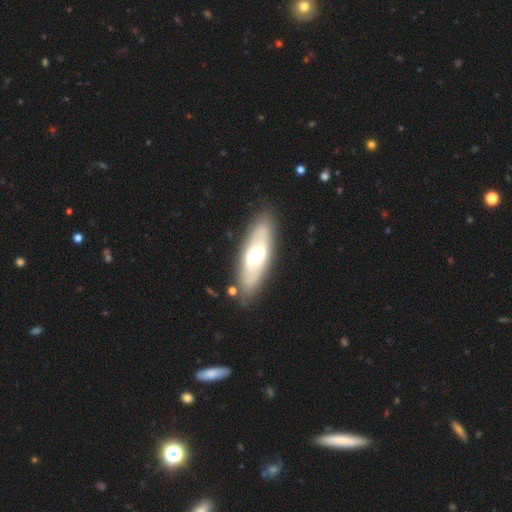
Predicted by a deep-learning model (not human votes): This appears to be a smooth galaxy with no disk features (47%, tied with featured or disk). Merging: none (84%).